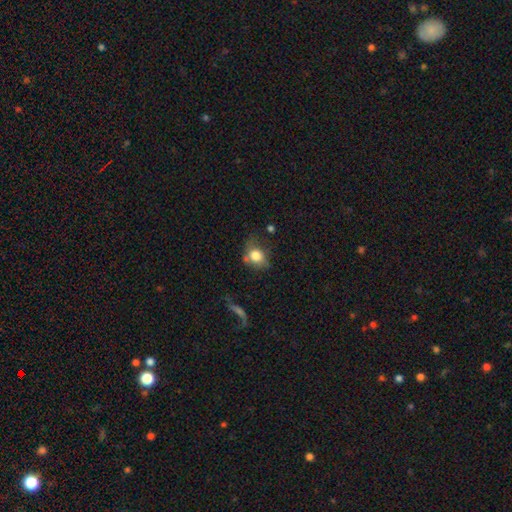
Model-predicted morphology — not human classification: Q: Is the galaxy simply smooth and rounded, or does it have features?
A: smooth — 76%.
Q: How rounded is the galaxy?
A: round — 53%.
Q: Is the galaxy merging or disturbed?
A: none — 44%.